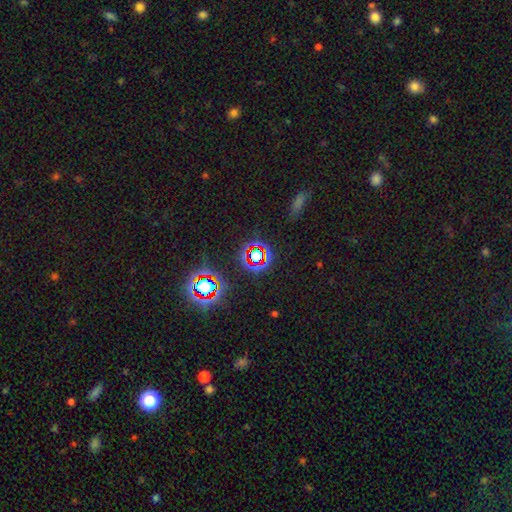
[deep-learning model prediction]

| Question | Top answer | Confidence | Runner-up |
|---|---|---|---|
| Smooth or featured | star or artifact | 73% | smooth (16%) |